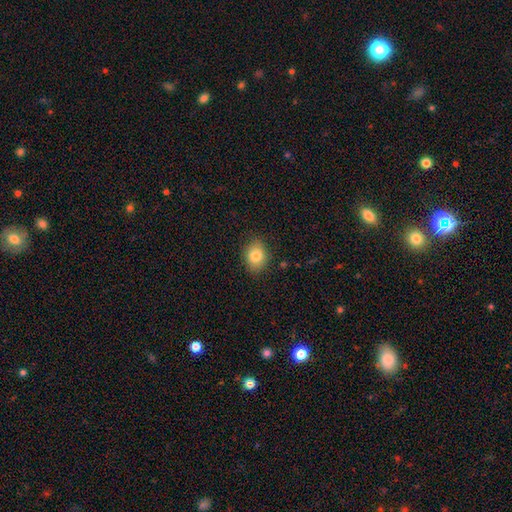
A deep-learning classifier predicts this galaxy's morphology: Overall: smooth (82%). How rounded: in between (60%; round 39%). Merging: none (86%).